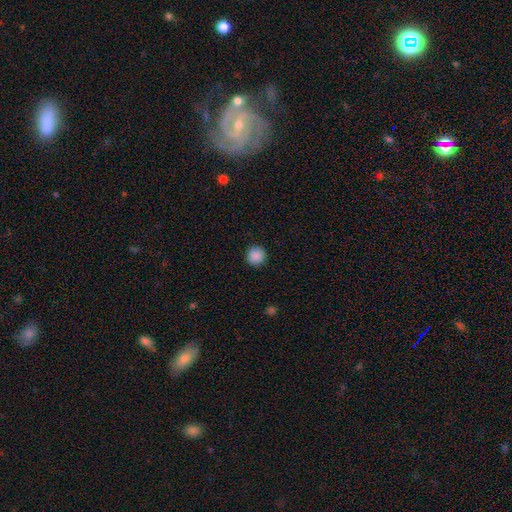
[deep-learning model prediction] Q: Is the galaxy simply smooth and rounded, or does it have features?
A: smooth — 88%.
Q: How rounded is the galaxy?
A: round — 94%.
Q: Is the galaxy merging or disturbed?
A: none — 92%.